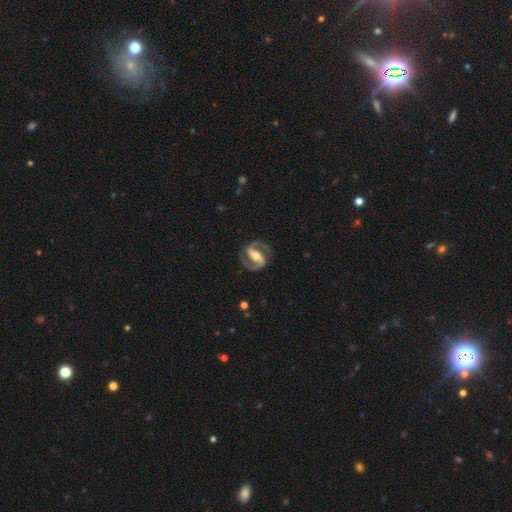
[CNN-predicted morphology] The model was most divided on "bar": strong: 57%, weak: 28%, no: 14%. More confident: spiral arms — yes (98%); edge-on disk — no (98%); spiral arm count — 2 (95%); smooth or featured — featured or disk (93%); merging — none (86%); bulge size — moderate (68%); spiral winding — medium (63%).